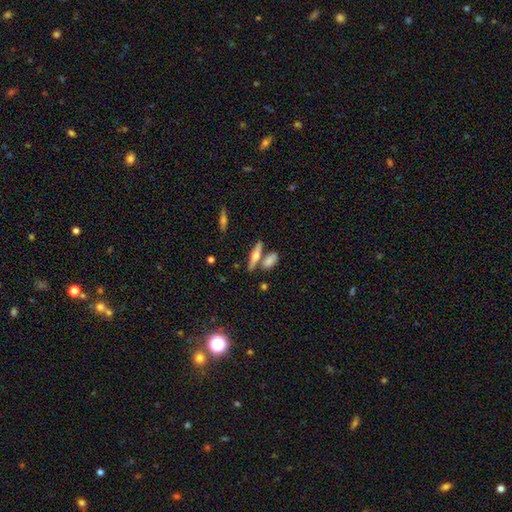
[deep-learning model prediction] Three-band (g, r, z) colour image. It shows a featured or disk galaxy (49%). Merging: none (67%).